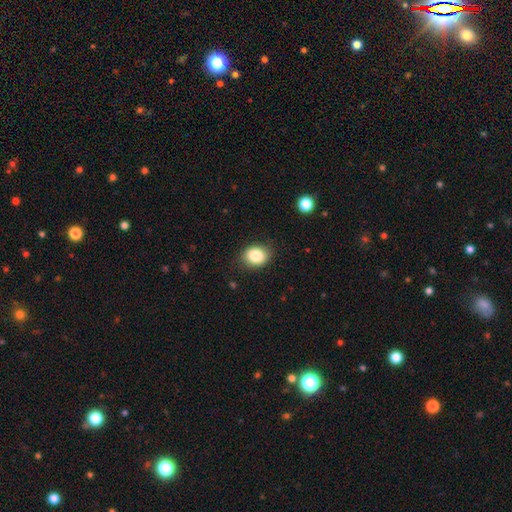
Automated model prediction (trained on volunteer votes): Smooth or featured? Predicted: smooth (p=0.84). How rounded? Predicted: round (p=0.52). Merging? Predicted: none (p=0.84).